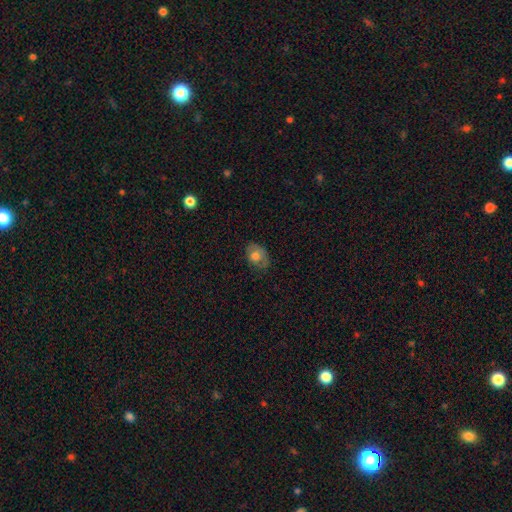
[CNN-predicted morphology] Q: Smooth or featured?
A: smooth (68%); runner-up: featured or disk (23%)
Q: How rounded?
A: in between (70%); runner-up: round (29%)
Q: Merging?
A: none (67%); runner-up: minor disturbance (24%)